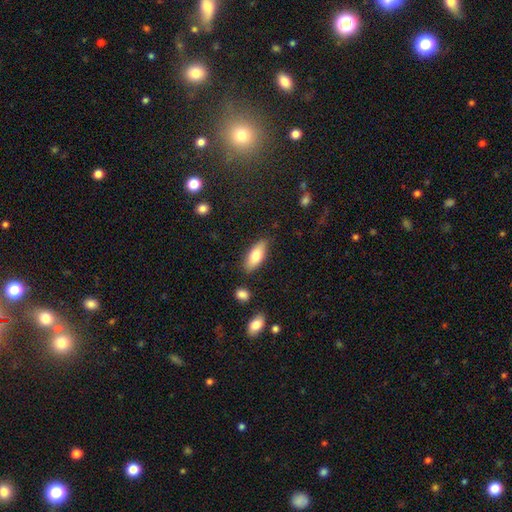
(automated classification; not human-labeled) Smooth or featured? Predicted: smooth (p=0.77). How rounded? Predicted: in between (p=0.77). Merging? Predicted: none (p=0.82).